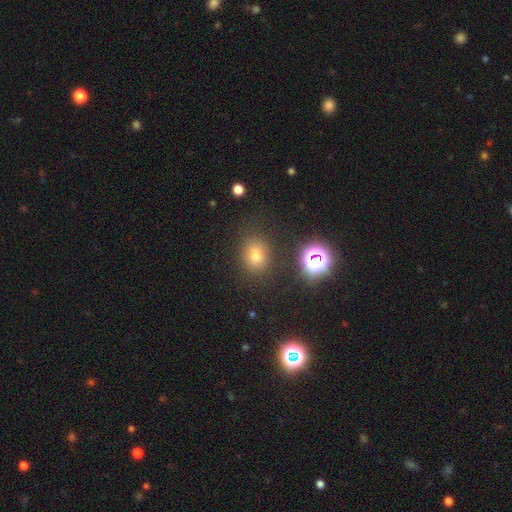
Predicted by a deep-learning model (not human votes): smooth_or_featured: smooth (p=0.69) [alt: star or artifact p=0.22]
how_rounded: round (p=0.54) [alt: in between p=0.45]
merging: none (p=0.81) [alt: minor disturbance p=0.12]